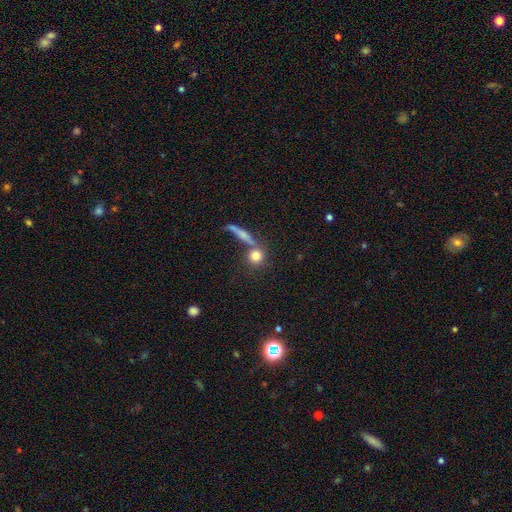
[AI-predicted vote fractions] smooth_or_featured: smooth (p=0.76) [alt: featured or disk p=0.13]
how_rounded: round (p=0.84) [alt: in between p=0.10]
merging: none (p=0.60) [alt: merger p=0.25]